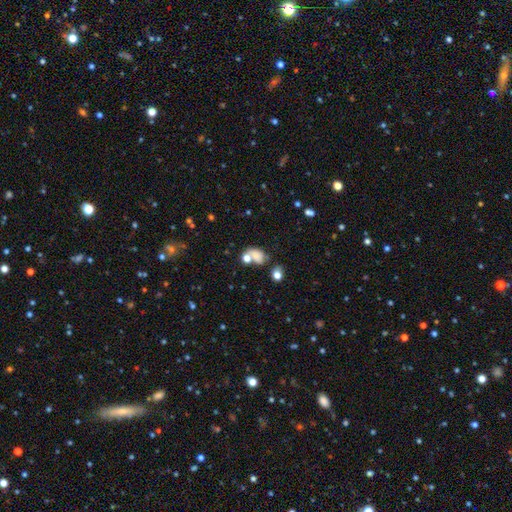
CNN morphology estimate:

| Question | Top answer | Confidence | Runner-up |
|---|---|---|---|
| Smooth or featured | smooth | 63% | featured or disk (20%) |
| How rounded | in between | 70% | round (28%) |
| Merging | merger | 33% | none (32%) |